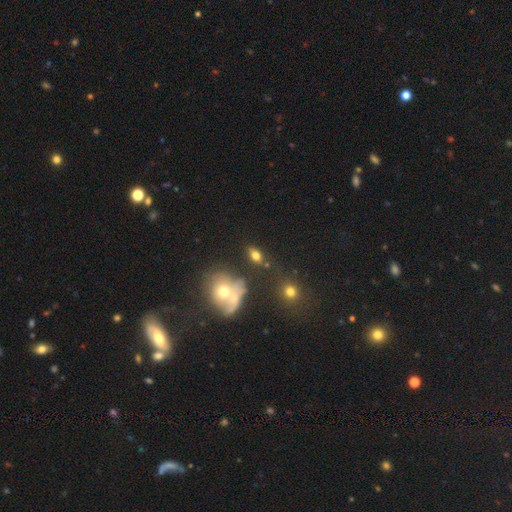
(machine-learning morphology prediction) Smooth or featured? smooth (69%)
How rounded? in between (79%)
Merging? none (62%)